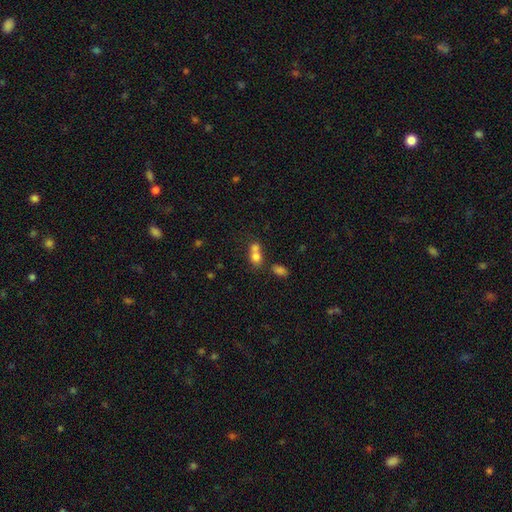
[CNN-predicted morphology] smooth 75%, featured or disk 13%, star or artifact 12%. Down the decision tree: how rounded — in between (52%); merging — merger (62%).